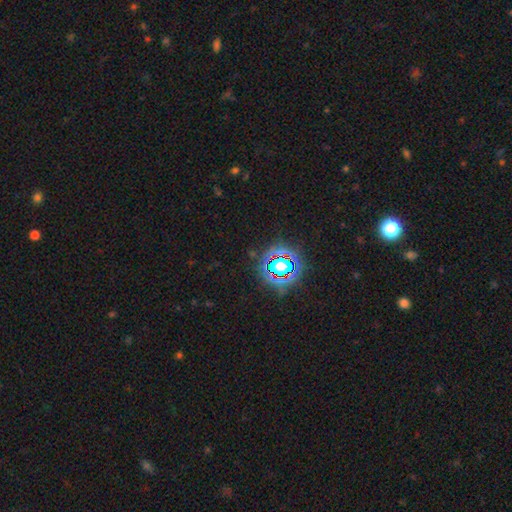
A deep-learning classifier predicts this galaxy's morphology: smooth_or_featured: star or artifact (p=0.79) [alt: smooth p=0.13]